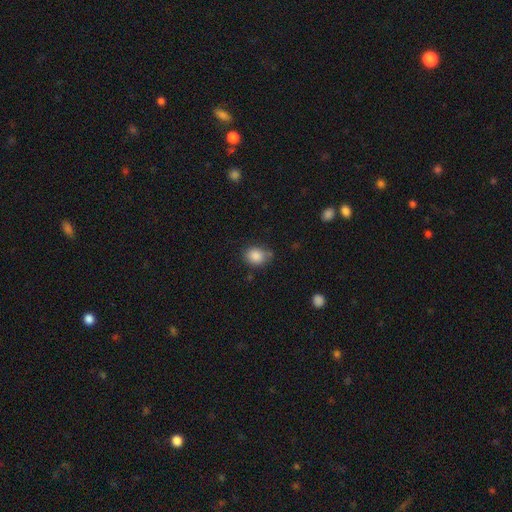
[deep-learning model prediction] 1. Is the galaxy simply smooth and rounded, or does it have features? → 86% smooth, 9% star or artifact, 5% featured or disk.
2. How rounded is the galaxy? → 53% round, 46% in between, 1% cigar-shaped.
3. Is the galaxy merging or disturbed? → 66% none, 24% minor disturbance, 5% merger, 5% major disturbance.